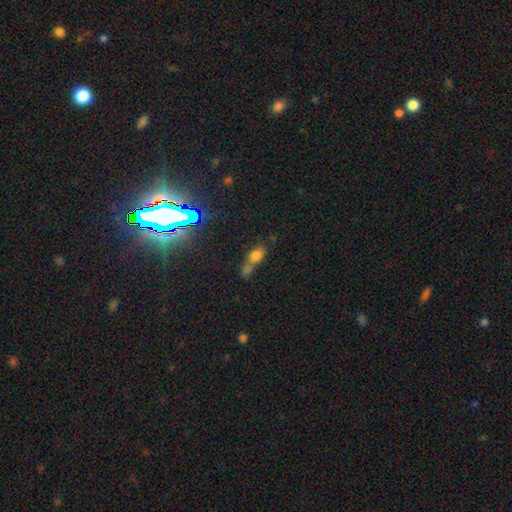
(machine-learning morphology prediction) Overall: smooth (71%). How rounded: in between (71%). Merging: merger (56%; none 27%).